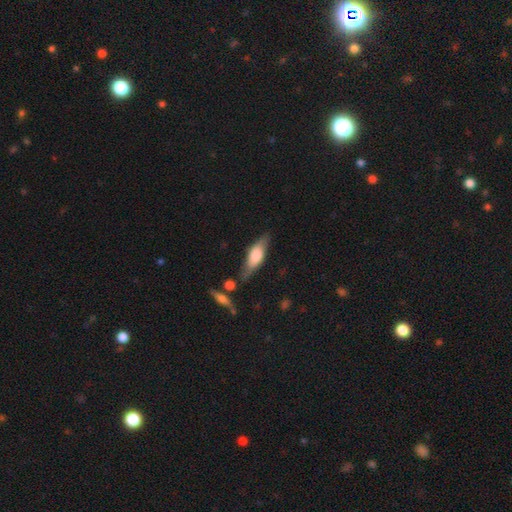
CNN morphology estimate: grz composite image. It shows a smooth galaxy with no disk features (54%) that is in between round and cigar-shaped (54%). Merging: none (70%).